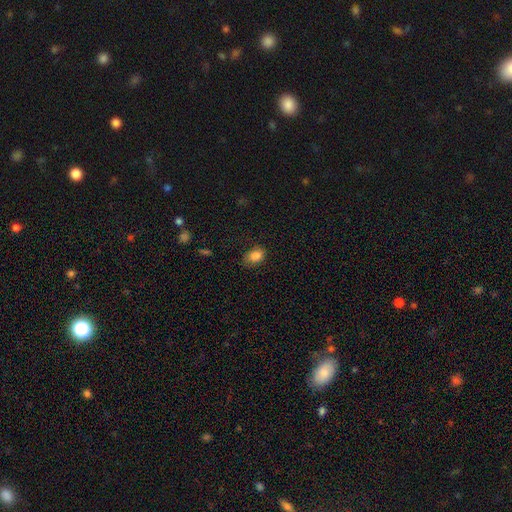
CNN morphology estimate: The model was most divided on "merging": none: 64%, minor disturbance: 27%, major disturbance: 8%, merger: 2%. More confident: smooth or featured — smooth (85%); how rounded — in between (78%).